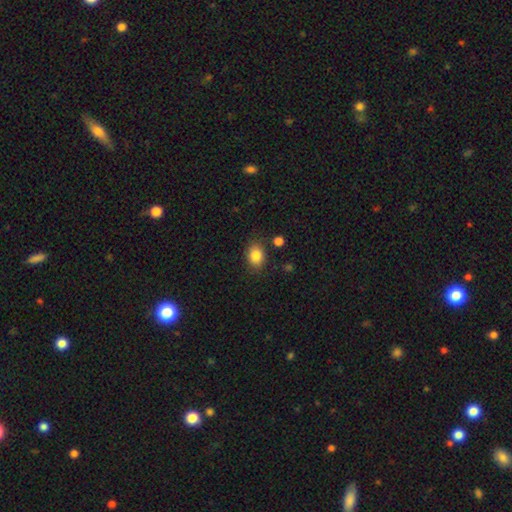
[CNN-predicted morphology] Smooth or featured? smooth (84%)
How rounded? in between (61%)
Merging? none (80%)